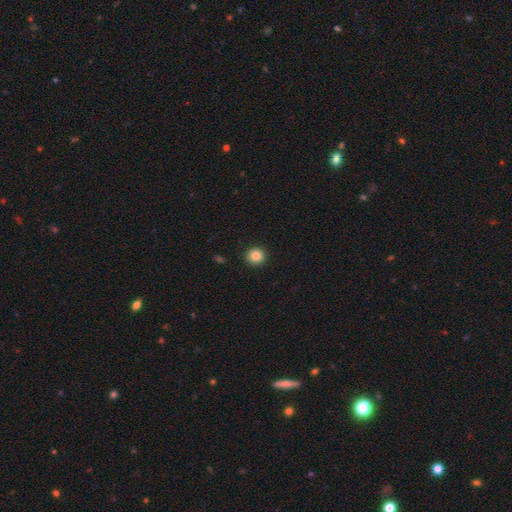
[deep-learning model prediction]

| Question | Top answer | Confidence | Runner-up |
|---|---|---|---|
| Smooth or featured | smooth | 86% | star or artifact (10%) |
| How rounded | round | 92% | in between (7%) |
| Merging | none | 92% | minor disturbance (5%) |